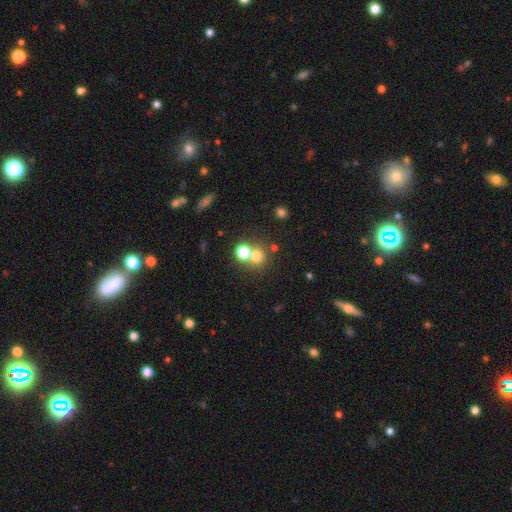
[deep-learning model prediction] smooth 71%, star or artifact 18%, featured or disk 11%. Down the decision tree: how rounded — round (87%); merging — none (52%).